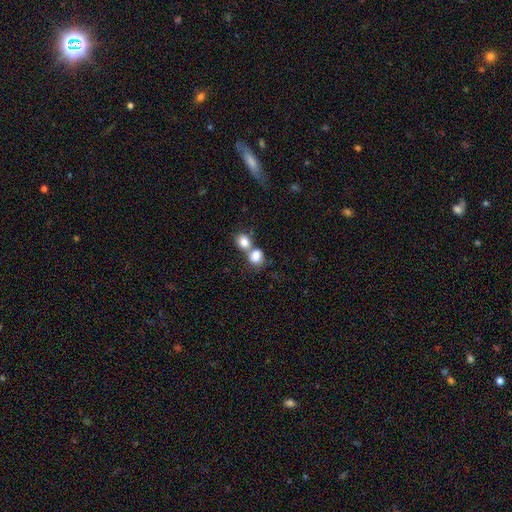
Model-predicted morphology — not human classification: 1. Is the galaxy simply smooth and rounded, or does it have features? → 82% smooth, 9% featured or disk, 9% star or artifact.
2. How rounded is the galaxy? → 65% round, 34% in between, 1% cigar-shaped.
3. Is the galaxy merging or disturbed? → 58% merger, 32% none, 7% minor disturbance, 4% major disturbance.